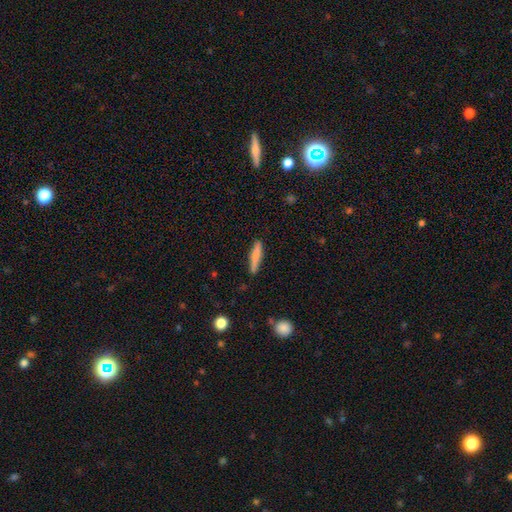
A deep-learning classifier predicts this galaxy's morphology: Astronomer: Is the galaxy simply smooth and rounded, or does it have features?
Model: smooth — 77%.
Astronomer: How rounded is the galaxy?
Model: cigar-shaped — 89%.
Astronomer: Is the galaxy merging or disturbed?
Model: none — 83%.